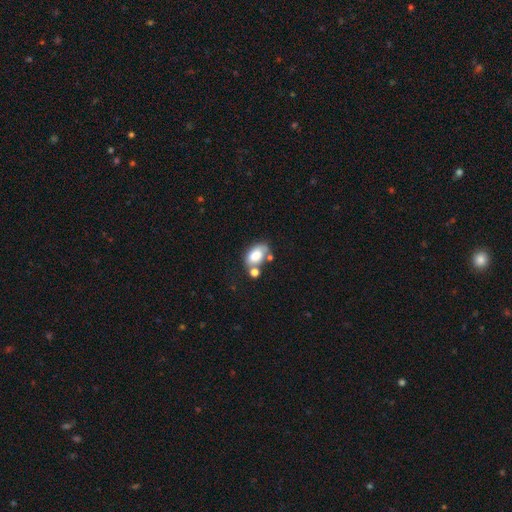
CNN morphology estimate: Smooth or featured? smooth (75%)
How rounded? in between (87%)
Merging? none (41%)